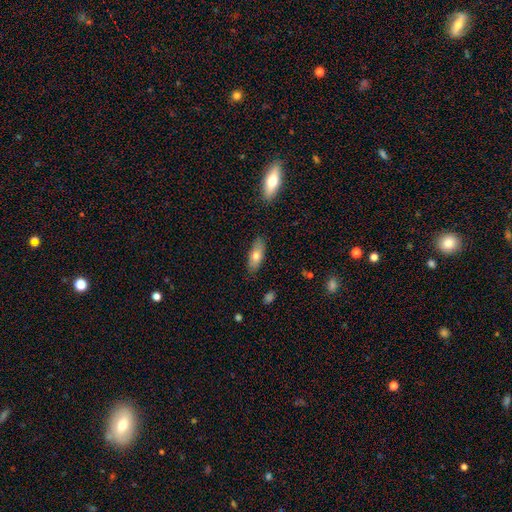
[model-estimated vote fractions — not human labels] Morphology: type=smooth (72%); roundness=in between (74%); merging=none (84%).